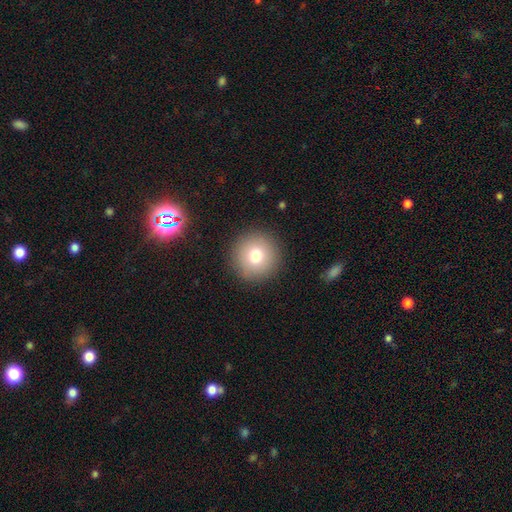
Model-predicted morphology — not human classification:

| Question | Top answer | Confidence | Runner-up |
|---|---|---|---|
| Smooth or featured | smooth | 76% | featured or disk (13%) |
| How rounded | round | 95% | in between (4%) |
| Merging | none | 91% | minor disturbance (5%) |